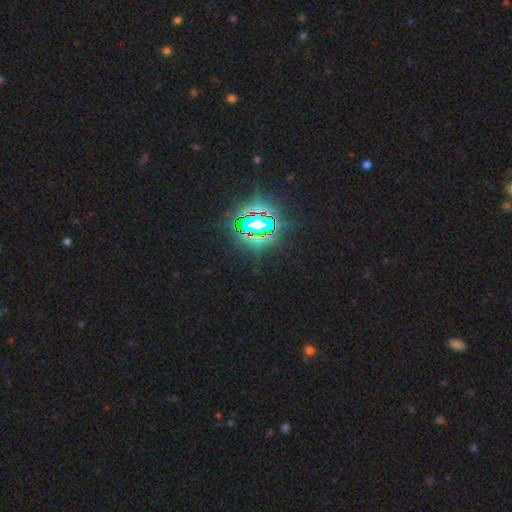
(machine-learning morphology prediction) This is clearly a star or artifact rather than a galaxy (82%).